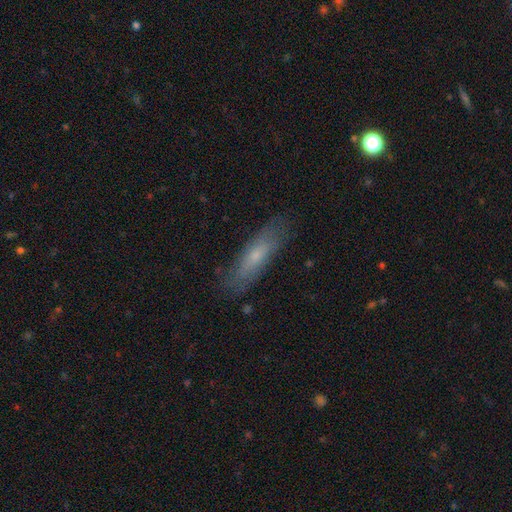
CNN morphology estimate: smooth 58%, featured or disk 34%, star or artifact 8%. Down the decision tree: how rounded — cigar-shaped (66%); merging — none (79%).